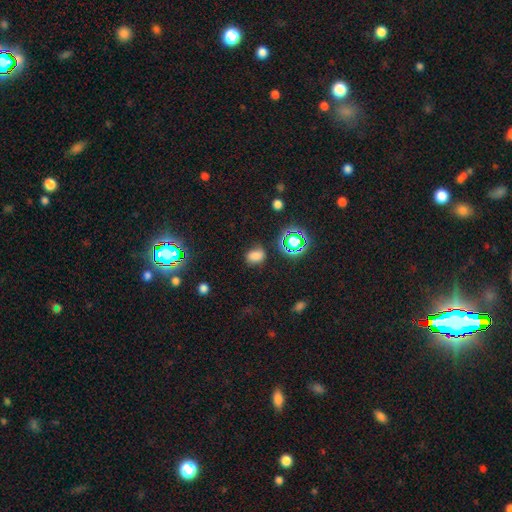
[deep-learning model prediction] smooth 72%, star or artifact 21%, featured or disk 7%. Down the decision tree: how rounded — in between (64%); merging — none (75%).